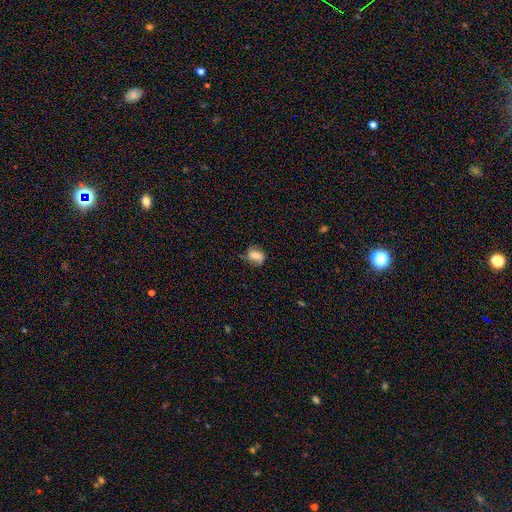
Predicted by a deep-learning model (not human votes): smooth 70%, featured or disk 20%, star or artifact 11%. Down the decision tree: how rounded — in between (68%); merging — none (54%).